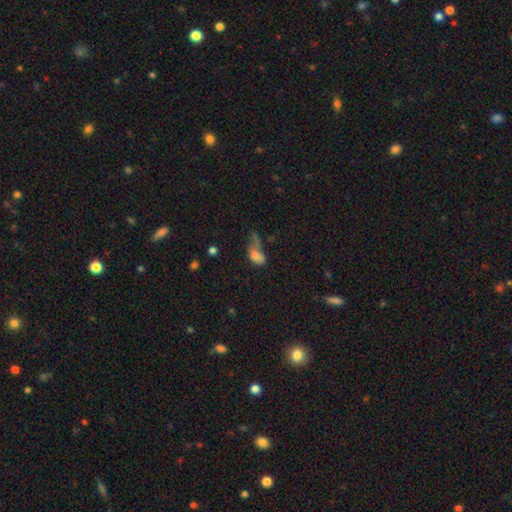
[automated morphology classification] smooth-or-featured: smooth: 67% | featured or disk: 20% | star or artifact: 12%
  how-rounded: in between: 82% | round: 13% | cigar-shaped: 5%
  merging: major disturbance: 50% | minor disturbance: 20% | none: 16% | merger: 14%